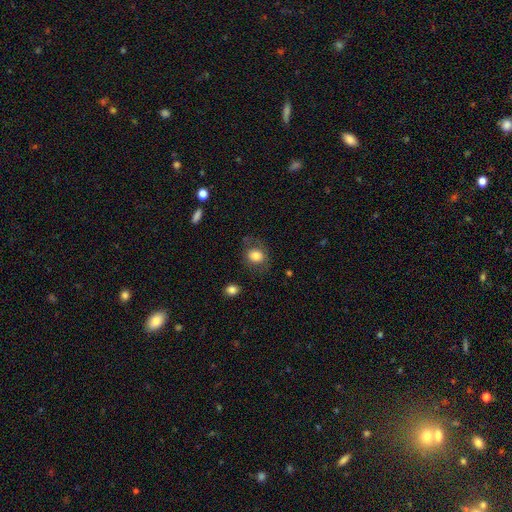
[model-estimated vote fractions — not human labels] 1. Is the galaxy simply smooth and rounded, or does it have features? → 78% smooth, 13% featured or disk, 9% star or artifact.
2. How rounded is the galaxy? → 60% round, 39% in between, 1% cigar-shaped.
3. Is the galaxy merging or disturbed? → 69% none, 18% minor disturbance, 10% major disturbance, 2% merger.